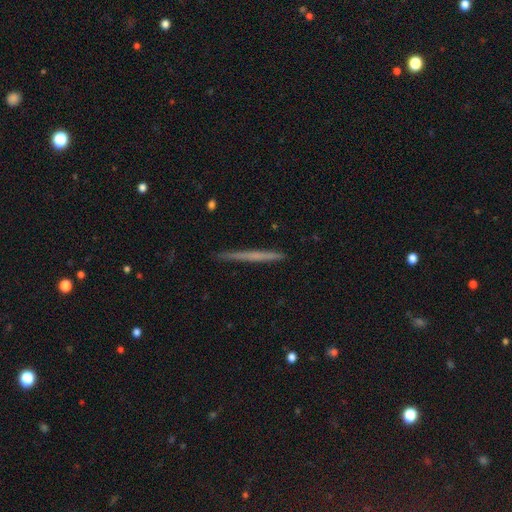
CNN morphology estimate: Overall: smooth (50%; featured or disk 44%). Merging: none (89%).